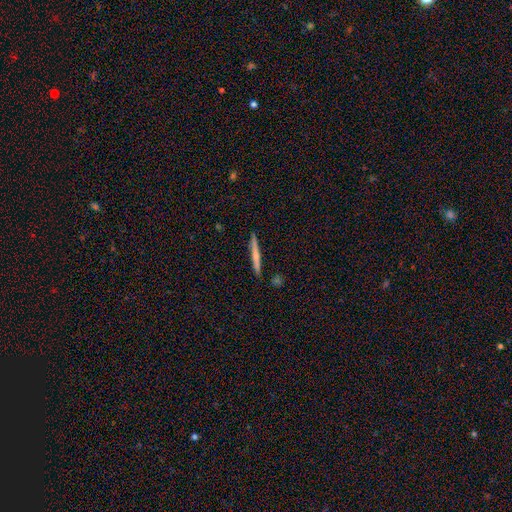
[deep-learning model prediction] smooth-or-featured: smooth: 58% | featured or disk: 37% | star or artifact: 6%
  how-rounded: cigar-shaped: 96% | in between: 2% | round: 2%
  merging: none: 91% | minor disturbance: 6% | merger: 2% | major disturbance: 1%